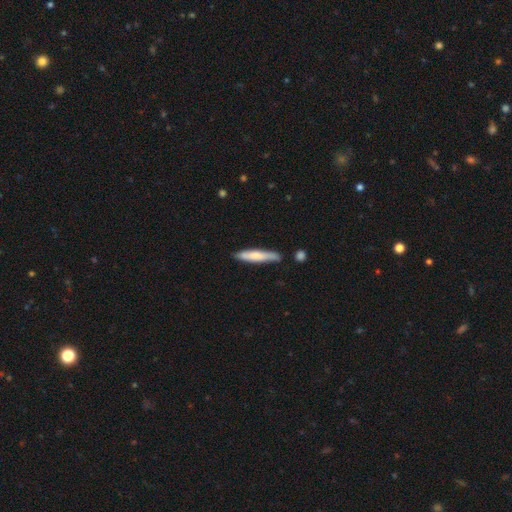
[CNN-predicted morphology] The model was most divided on "smooth or featured": smooth: 69%, featured or disk: 26%, star or artifact: 5%. More confident: how rounded — cigar-shaped (90%); merging — none (79%).